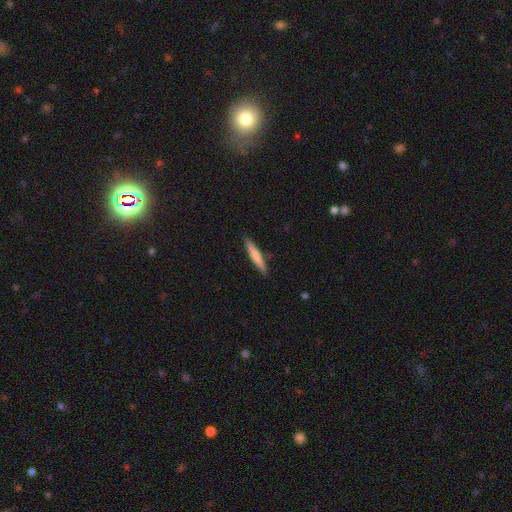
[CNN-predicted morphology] A smooth galaxy with no disk features (66%) that is cigar-shaped (94%). Merging: none (89%).